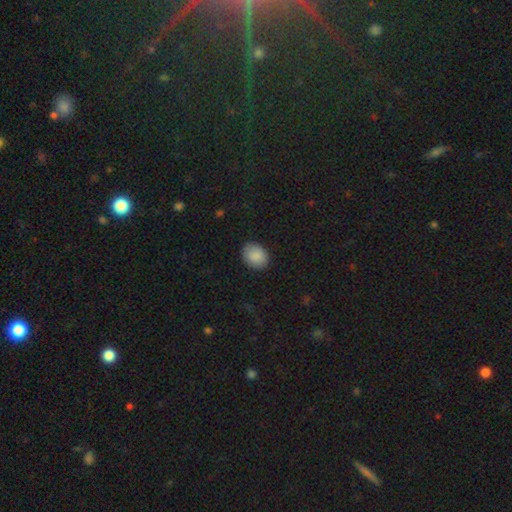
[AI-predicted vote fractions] This is clearly a smooth galaxy (89%). How rounded: likely in between (61%). Merging: clearly none (88%).